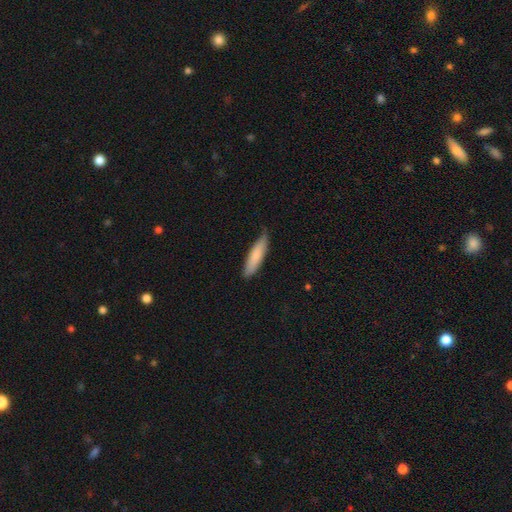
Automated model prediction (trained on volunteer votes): This is clearly a smooth galaxy (81%). How rounded: likely cigar-shaped (71%). Merging: likely none (75%).